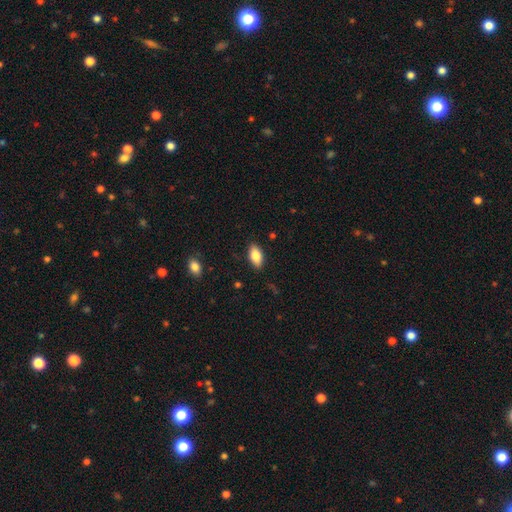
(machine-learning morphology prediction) smooth 81%, featured or disk 12%, star or artifact 7%. Down the decision tree: how rounded — in between (91%); merging — none (87%).